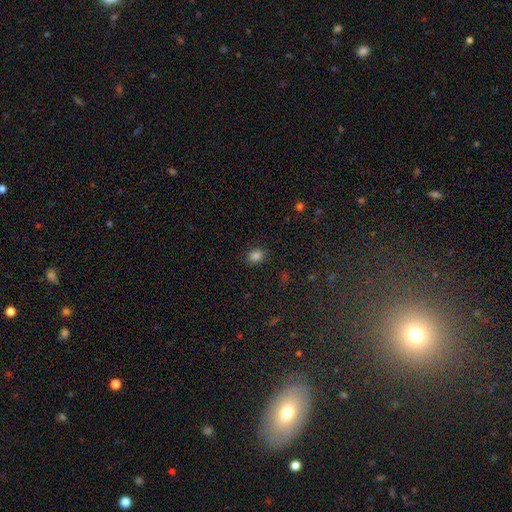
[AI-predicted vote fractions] A smooth galaxy with no disk features (82%) that is in between round and cigar-shaped (68%). Merging: none (85%).